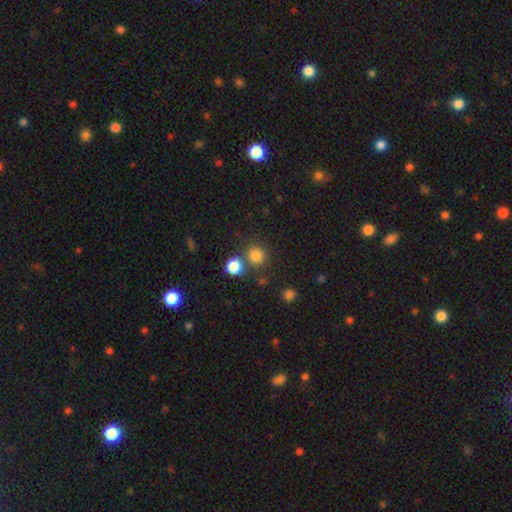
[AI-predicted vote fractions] Smooth or featured: smooth — 81% (star or artifact — 14%)
How rounded: round — 89% (in between — 10%)
Merging: none — 71% (merger — 18%)